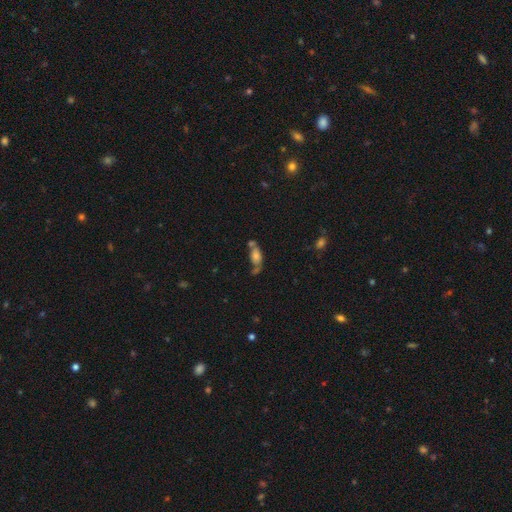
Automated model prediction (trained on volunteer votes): This is possibly a smooth galaxy (55%). How rounded: likely in between (78%). Merging: marginally none (39%).